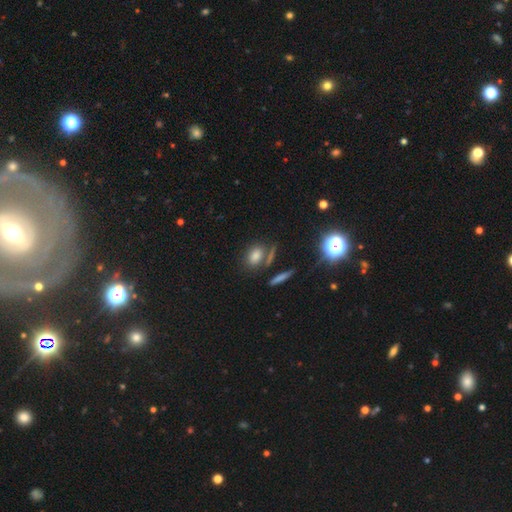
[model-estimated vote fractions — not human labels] A smooth galaxy with no disk features (74%) that is in between round and cigar-shaped (66%).

Vote fractions:
- Smooth or featured? smooth: 74% / star or artifact: 16% / featured or disk: 10%
- How rounded? in between: 66% / round: 28% / cigar-shaped: 6%
- Merging? none: 67% / merger: 15% / minor disturbance: 13% / major disturbance: 5%